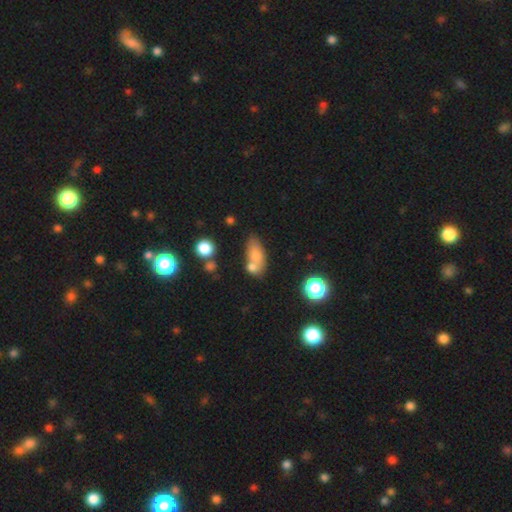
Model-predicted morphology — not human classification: smooth-or-featured: smooth: 70% | featured or disk: 19% | star or artifact: 11%
  how-rounded: in between: 79% | cigar-shaped: 11% | round: 10%
  merging: merger: 42% | none: 36% | minor disturbance: 15% | major disturbance: 8%